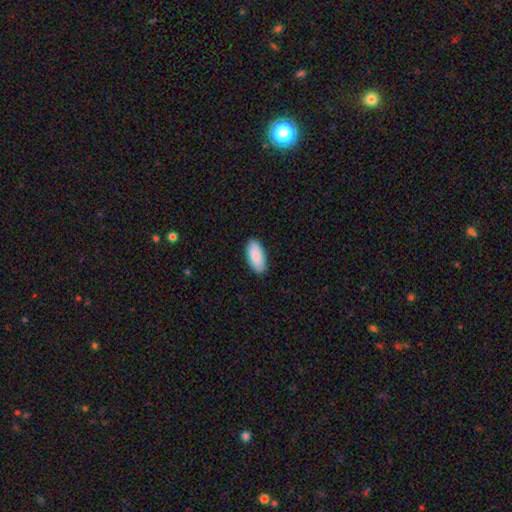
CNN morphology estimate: Q: Smooth or featured?
A: smooth (88%); runner-up: featured or disk (7%)
Q: How rounded?
A: in between (90%); runner-up: cigar-shaped (8%)
Q: Merging?
A: none (88%); runner-up: minor disturbance (10%)